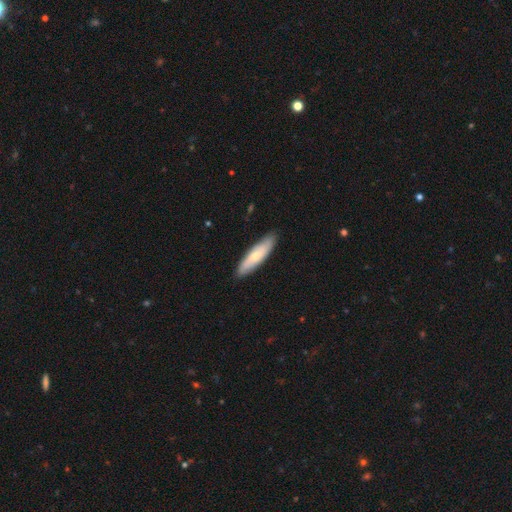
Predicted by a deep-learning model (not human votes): Smooth or featured?
  - smooth: 62% *
  - featured or disk: 33%
  - star or artifact: 5%
How rounded?
  - cigar-shaped: 66% *
  - in between: 32%
  - round: 2%
Merging?
  - none: 87% *
  - minor disturbance: 10%
  - major disturbance: 2%
  - merger: 1%